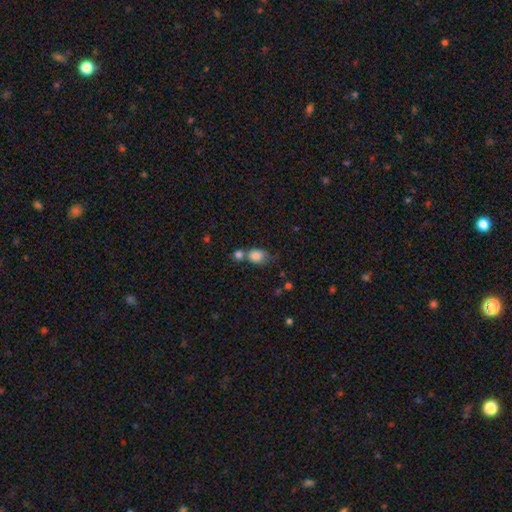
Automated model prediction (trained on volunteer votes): smooth-or-featured: smooth: 83% | star or artifact: 9% | featured or disk: 8%
  how-rounded: in between: 58% | round: 41% | cigar-shaped: 1%
  merging: merger: 40% | none: 36% | minor disturbance: 17% | major disturbance: 7%